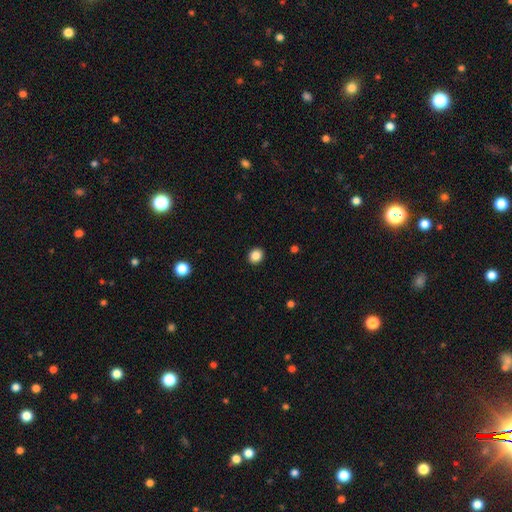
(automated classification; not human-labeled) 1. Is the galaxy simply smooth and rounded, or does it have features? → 87% smooth, 10% star or artifact, 3% featured or disk.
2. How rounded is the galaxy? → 69% round, 30% in between, 1% cigar-shaped.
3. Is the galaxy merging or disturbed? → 92% none, 5% minor disturbance, 2% major disturbance, 1% merger.